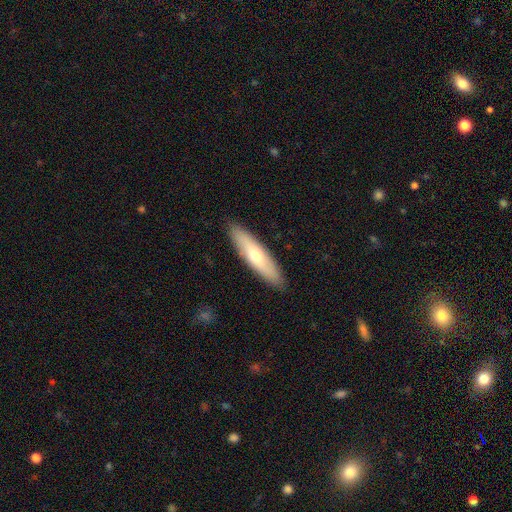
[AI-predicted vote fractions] A smooth galaxy with no disk features (62%) that is cigar-shaped (72%).

Vote fractions:
- Smooth or featured? smooth: 62% / featured or disk: 33% / star or artifact: 5%
- How rounded? cigar-shaped: 72% / in between: 26% / round: 2%
- Merging? none: 90% / minor disturbance: 8% / major disturbance: 2% / merger: 1%